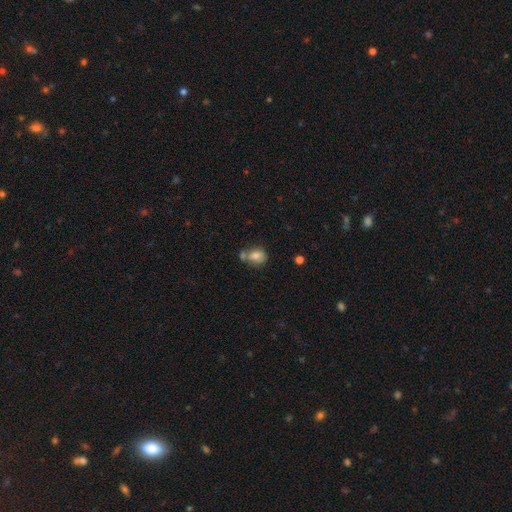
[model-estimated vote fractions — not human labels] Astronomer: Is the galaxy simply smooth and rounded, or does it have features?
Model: smooth — 75%.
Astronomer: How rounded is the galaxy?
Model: in between — 59% (runner-up: round, 40%).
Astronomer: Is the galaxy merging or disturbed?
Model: none — 44% (runner-up: merger, 31%).